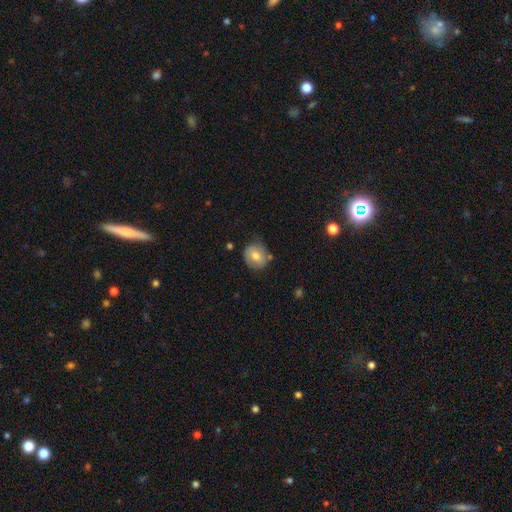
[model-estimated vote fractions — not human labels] Smooth or featured? Predicted: smooth (p=0.66). How rounded? Predicted: round (p=0.73). Merging? Predicted: none (p=0.64).